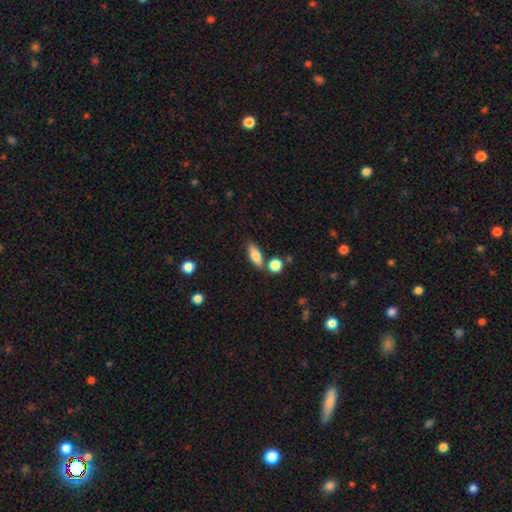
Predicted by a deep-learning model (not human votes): A smooth galaxy with no disk features (78%) that is in between round and cigar-shaped (66%). Merging: none (73%).